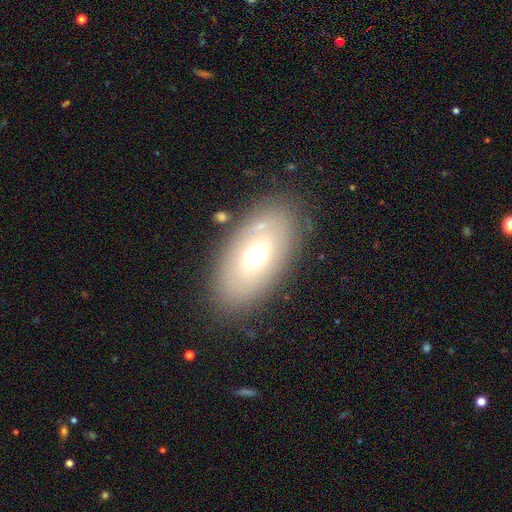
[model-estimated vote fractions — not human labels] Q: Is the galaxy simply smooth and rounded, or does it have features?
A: smooth — 60%.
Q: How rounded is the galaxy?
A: in between — 89%.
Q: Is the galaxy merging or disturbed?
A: none — 81%.